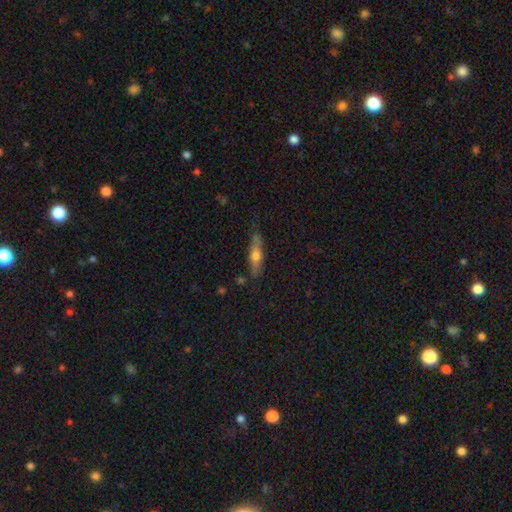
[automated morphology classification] smooth 51%, featured or disk 43%, star or artifact 6%. Down the decision tree: how rounded — cigar-shaped (71%); merging — none (77%).